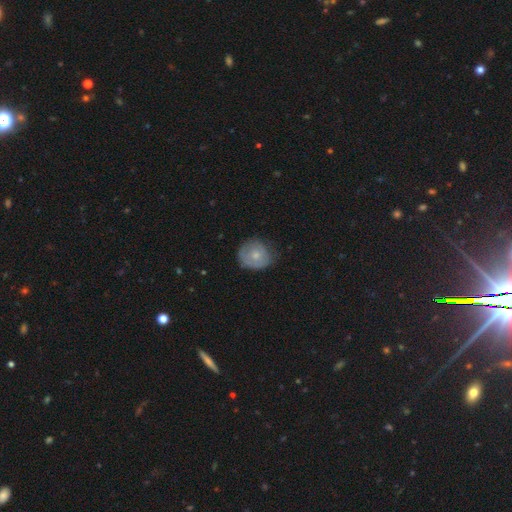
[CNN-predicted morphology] A smooth galaxy with no disk features (64%) that is round (76%). Merging: none (59%).